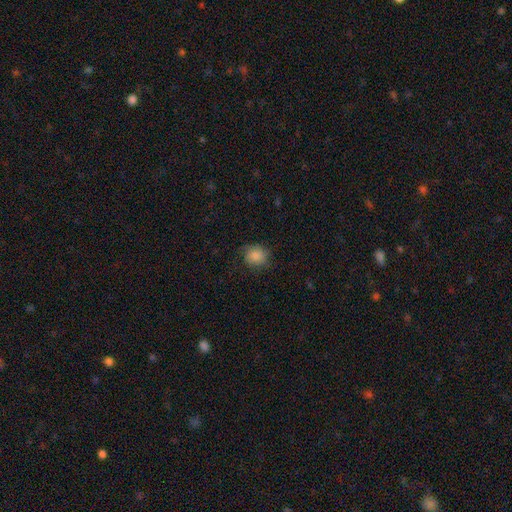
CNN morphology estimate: Smooth or featured? smooth (80%)
How rounded? round (72%)
Merging? none (69%)